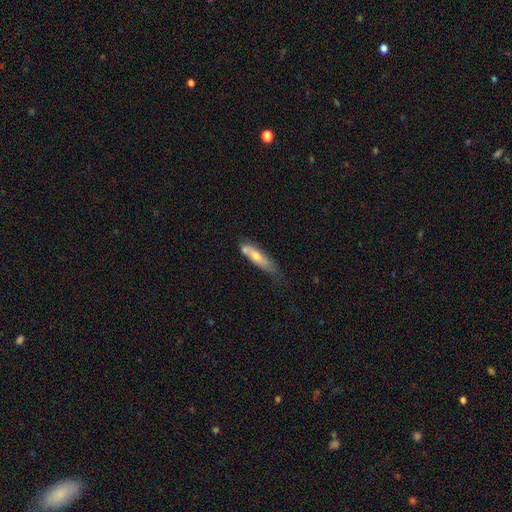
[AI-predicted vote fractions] This is possibly a smooth galaxy (56%). How rounded: likely cigar-shaped (68%). Merging: marginally none (42%).